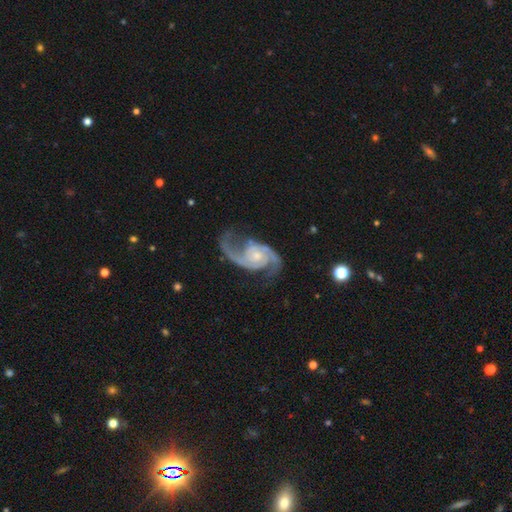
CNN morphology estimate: This is clearly a featured or disk galaxy (93%). It is clearly not viewed edge-on (98%). Bar: likely no (65%). Spiral arm pattern: clearly yes (98%). Spiral arm count: clearly 2 (92%). Spiral winding: possibly medium (53%). Central bulge: possibly small (49%). Merging: likely none (68%).